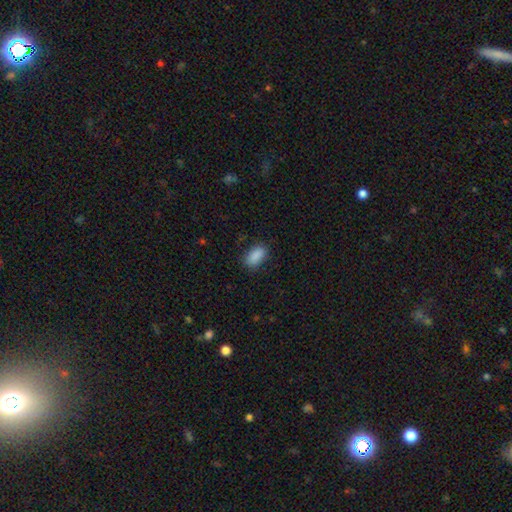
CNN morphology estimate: smooth-or-featured: smooth: 89% | star or artifact: 8% | featured or disk: 4%
  how-rounded: in between: 90% | cigar-shaped: 6% | round: 4%
  merging: none: 81% | minor disturbance: 14% | major disturbance: 3% | merger: 1%